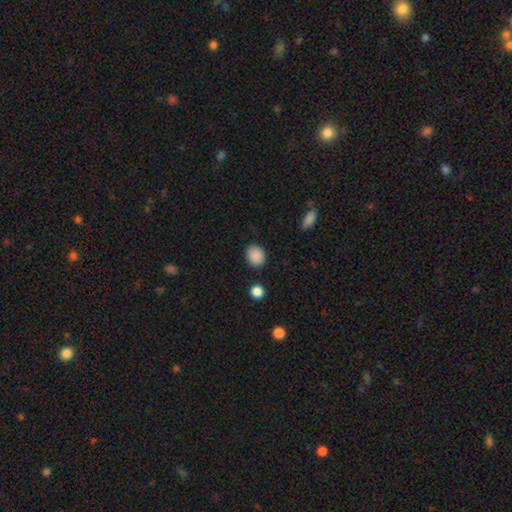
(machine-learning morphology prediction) type=smooth (88%); roundness=round (56%); merging=none (87%).